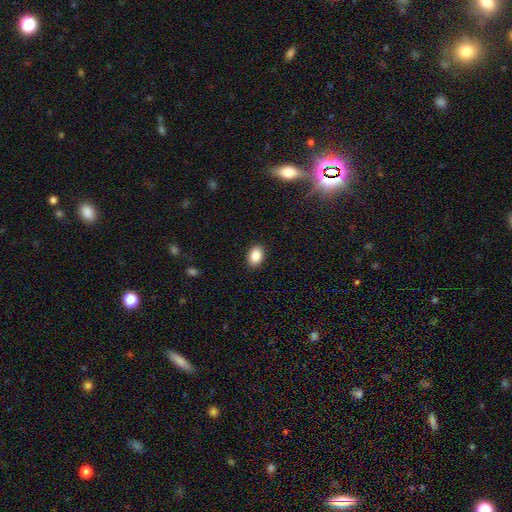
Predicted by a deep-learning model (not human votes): This is clearly a smooth galaxy (89%). How rounded: clearly in between (80%). Merging: clearly none (89%).